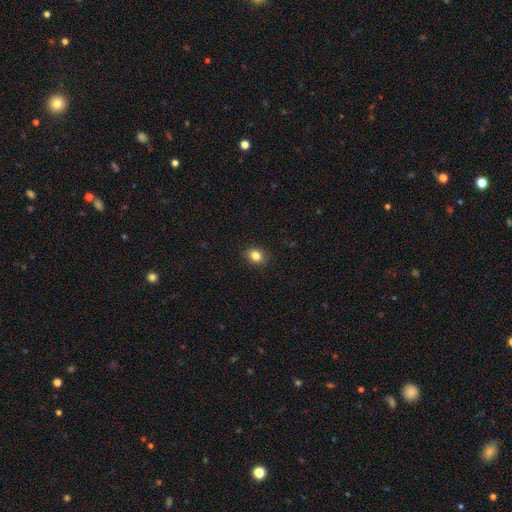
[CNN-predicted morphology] This appears to be a smooth galaxy with no disk features (84%) that is in between round and cigar-shaped (50%). Merging: none (88%).